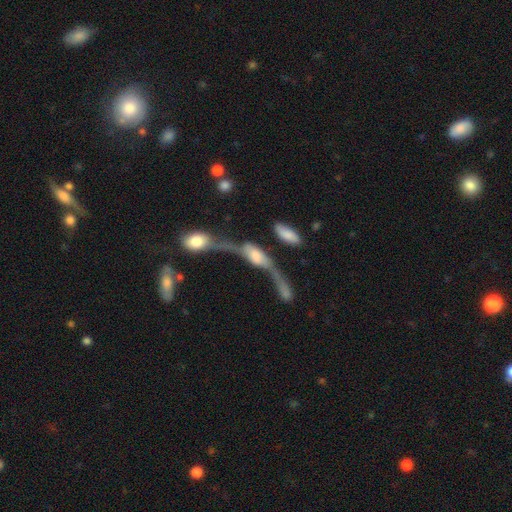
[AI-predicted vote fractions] Smooth or featured? Predicted: featured or disk (p=0.61). Edge-on disk? Predicted: no (p=0.51). Merging? Predicted: merger (p=0.52).